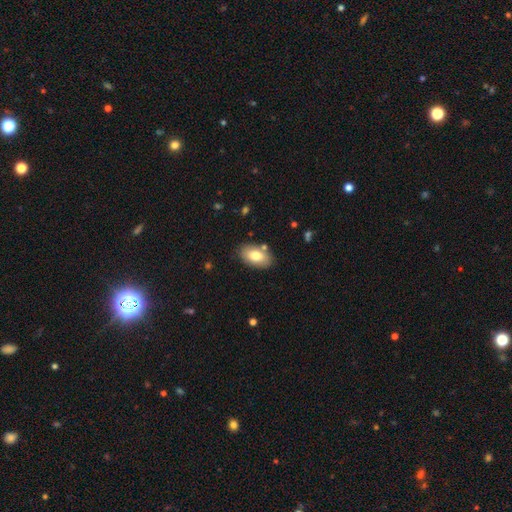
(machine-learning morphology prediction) Smooth or featured: smooth — 78% (featured or disk — 15%)
How rounded: in between — 93% (round — 6%)
Merging: none — 82% (minor disturbance — 11%)